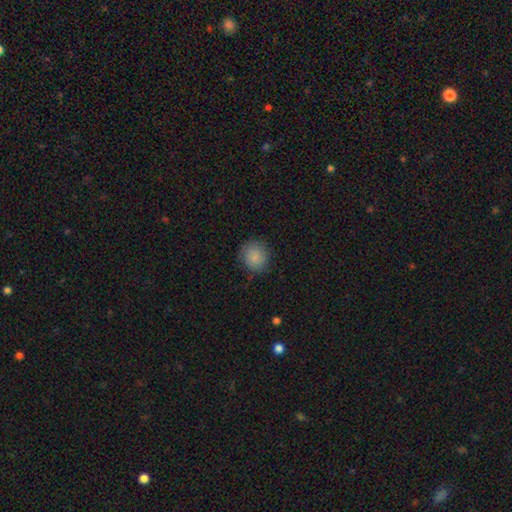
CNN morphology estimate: Smooth or featured? smooth (87%)
How rounded? round (87%)
Merging? none (82%)